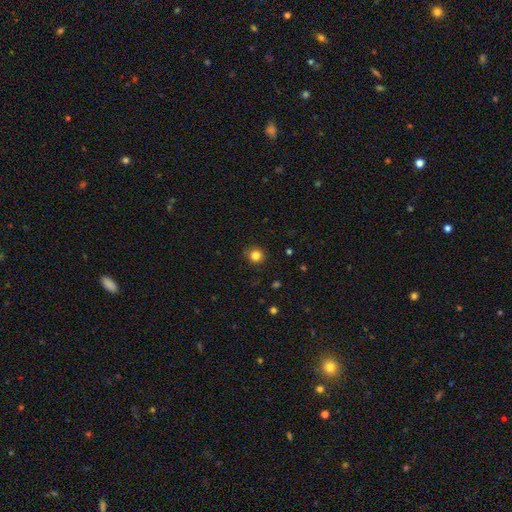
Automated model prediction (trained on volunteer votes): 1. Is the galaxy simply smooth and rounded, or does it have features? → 83% smooth, 12% star or artifact, 5% featured or disk.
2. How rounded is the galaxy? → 93% round, 6% in between, 1% cigar-shaped.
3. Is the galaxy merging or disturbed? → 89% none, 8% minor disturbance, 2% major disturbance, 1% merger.